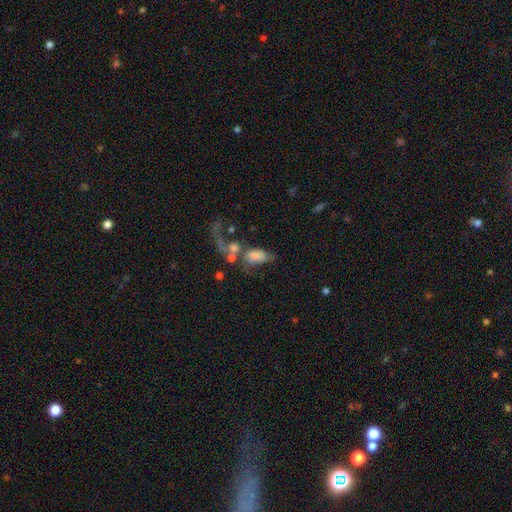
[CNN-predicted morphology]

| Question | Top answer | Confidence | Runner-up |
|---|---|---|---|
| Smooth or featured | smooth | 59% | featured or disk (30%) |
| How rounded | in between | 85% | round (12%) |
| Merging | merger | 42% | major disturbance (34%) |